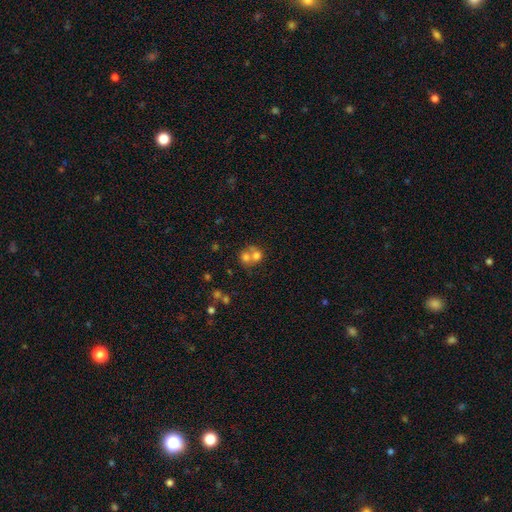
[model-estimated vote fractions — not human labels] Smooth or featured?
  - smooth: 66% *
  - featured or disk: 22%
  - star or artifact: 12%
How rounded?
  - round: 73% *
  - in between: 26%
  - cigar-shaped: 1%
Merging?
  - merger: 65% *
  - none: 25%
  - minor disturbance: 6%
  - major disturbance: 4%